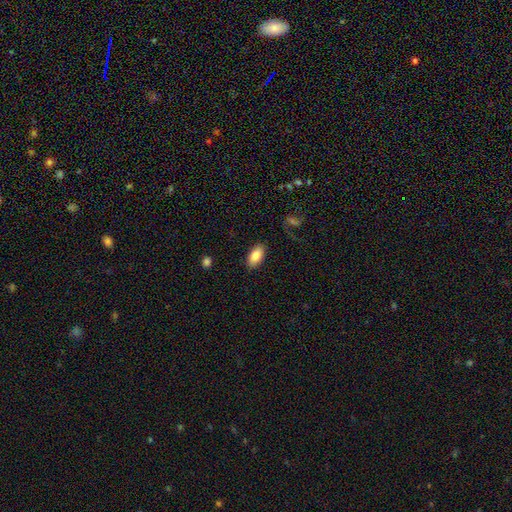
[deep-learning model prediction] This appears to be a smooth galaxy with no disk features (83%) that is in between round and cigar-shaped (93%). Merging: none (87%).